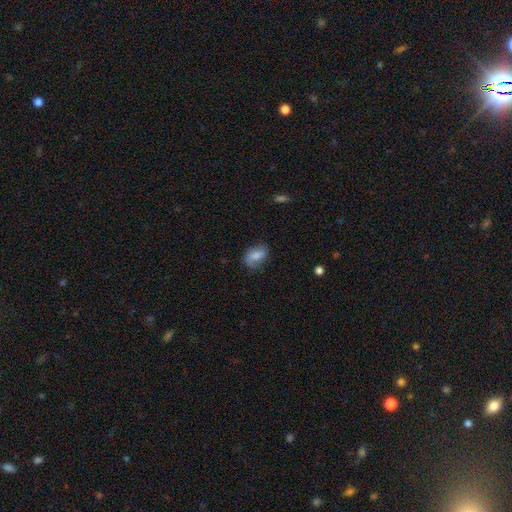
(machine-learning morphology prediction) This is likely a smooth galaxy (67%). How rounded: clearly in between (84%). Merging: likely none (63%).